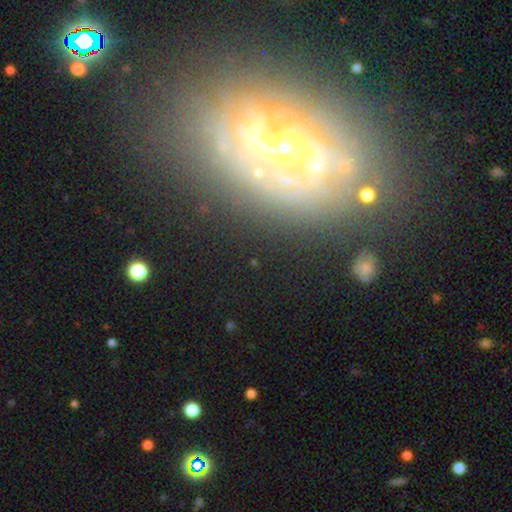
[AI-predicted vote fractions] A featured or disk galaxy (80%) with a weak bar (40%), 2 (53%) tight (42%) spiral arms (84%) and a moderate central bulge (52%). Merging: none (65%).